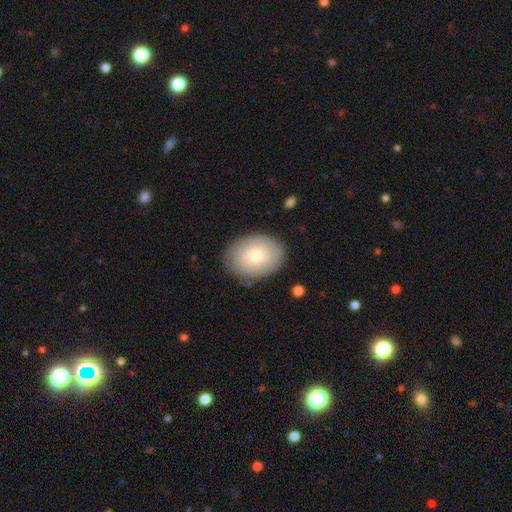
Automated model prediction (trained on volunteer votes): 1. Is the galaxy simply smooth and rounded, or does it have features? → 59% smooth, 35% featured or disk, 6% star or artifact.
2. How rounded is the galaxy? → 69% in between, 30% round, 1% cigar-shaped.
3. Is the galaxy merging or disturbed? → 84% none, 12% minor disturbance, 3% major disturbance, 1% merger.